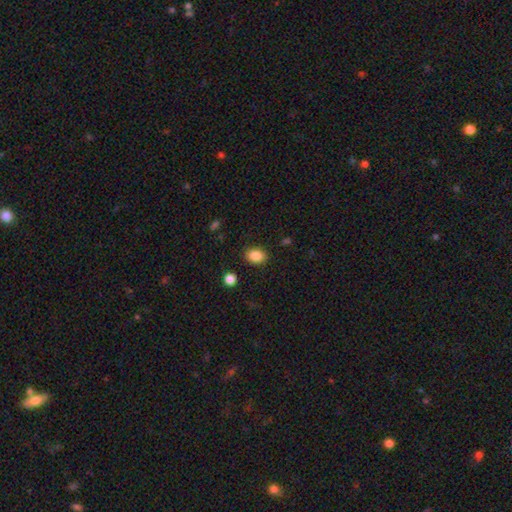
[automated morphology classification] Smooth or featured?
  - smooth: 87% *
  - star or artifact: 9%
  - featured or disk: 4%
How rounded?
  - in between: 69% *
  - round: 30%
  - cigar-shaped: 1%
Merging?
  - none: 86% *
  - minor disturbance: 9%
  - major disturbance: 3%
  - merger: 2%